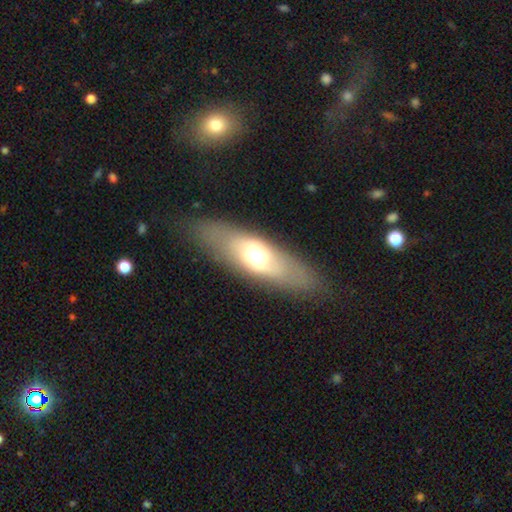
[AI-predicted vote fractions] A smooth galaxy with no disk features (47%). Merging: none (82%).